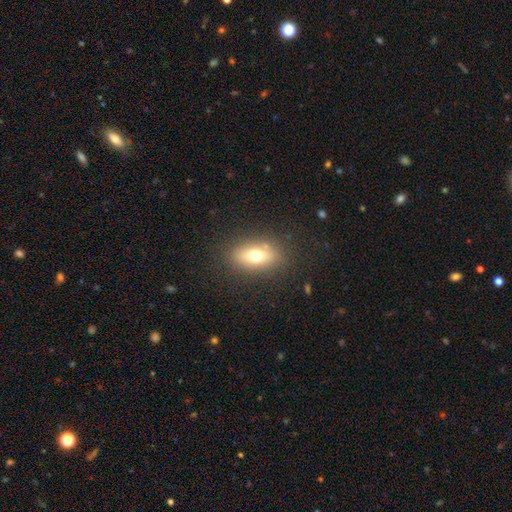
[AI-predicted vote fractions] Smooth or featured?
  - smooth: 69% *
  - featured or disk: 21%
  - star or artifact: 11%
How rounded?
  - in between: 80% *
  - round: 12%
  - cigar-shaped: 8%
Merging?
  - none: 82% *
  - minor disturbance: 11%
  - major disturbance: 4%
  - merger: 2%